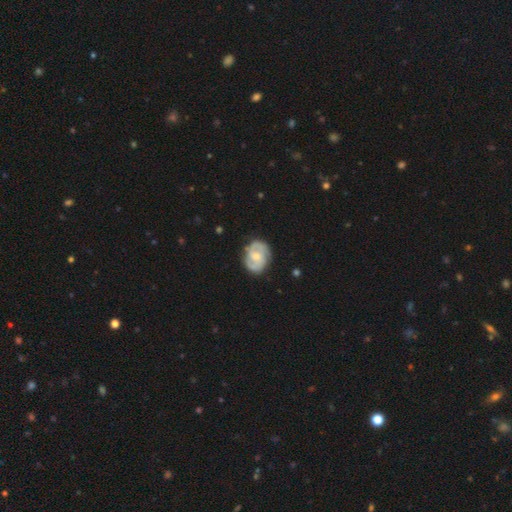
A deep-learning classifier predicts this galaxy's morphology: featured or disk 76%, smooth 19%, star or artifact 5%. Down the decision tree: edge-on disk — no (98%); bar — no (53%); spiral arms — yes (92%); spiral arm count — 2 (78%); spiral winding — medium (46%); bulge size — moderate (47%); merging — none (77%).